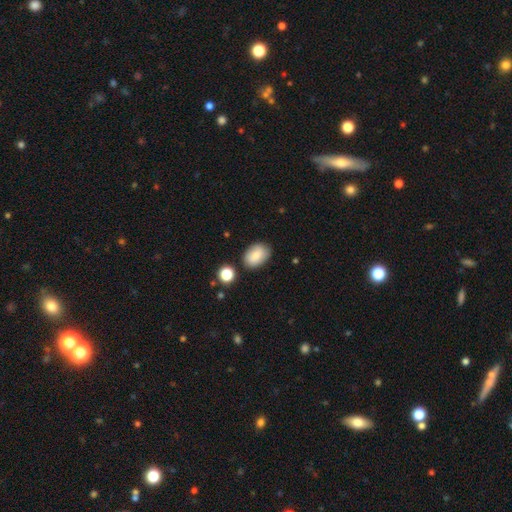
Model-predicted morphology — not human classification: This is clearly a smooth galaxy (84%). How rounded: clearly in between (85%). Merging: likely none (78%).